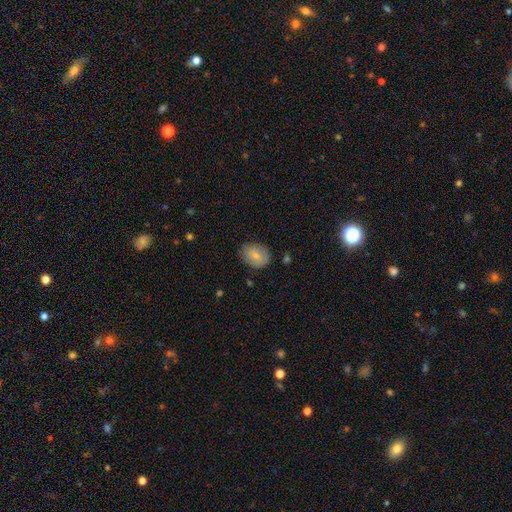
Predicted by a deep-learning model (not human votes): A smooth galaxy with no disk features (73%) that is in between round and cigar-shaped (63%). Merging: none (77%).